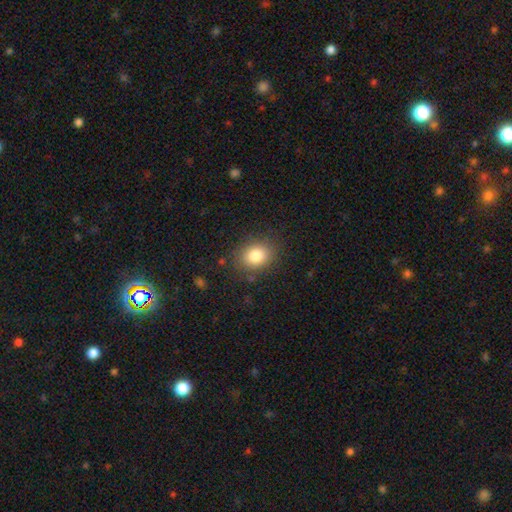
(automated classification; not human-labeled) A smooth galaxy with no disk features (82%) that is round (55%). Merging: none (84%).